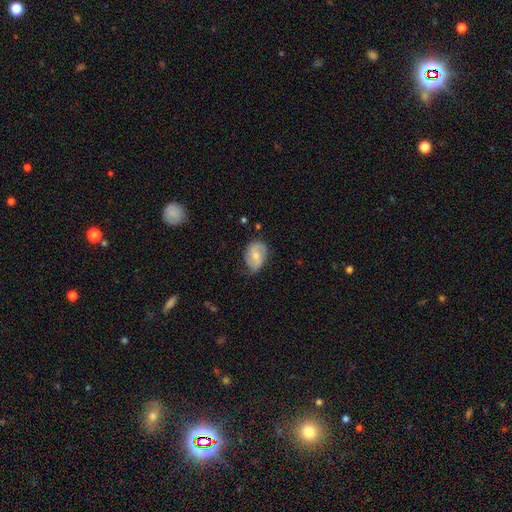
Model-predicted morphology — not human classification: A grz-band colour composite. It shows a featured or disk galaxy (51%). Merging: none (65%).